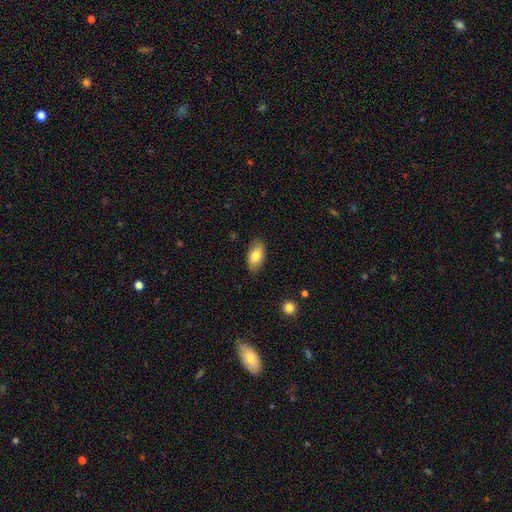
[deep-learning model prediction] Overall: smooth (82%). How rounded: in between (93%). Merging: none (86%).